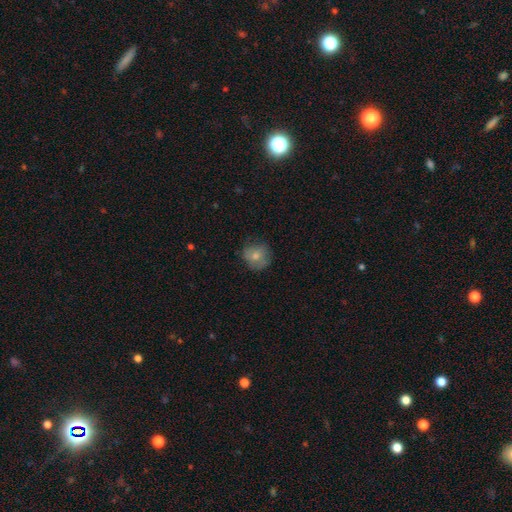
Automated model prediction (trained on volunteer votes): smooth 73%, featured or disk 18%, star or artifact 9%. Down the decision tree: how rounded — round (85%); merging — none (73%).